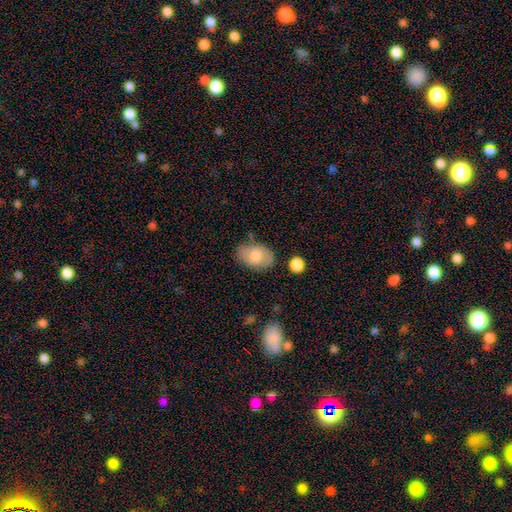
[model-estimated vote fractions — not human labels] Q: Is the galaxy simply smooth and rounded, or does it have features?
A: smooth — 74%.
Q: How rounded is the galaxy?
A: in between — 88%.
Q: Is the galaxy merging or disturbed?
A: none — 71%.